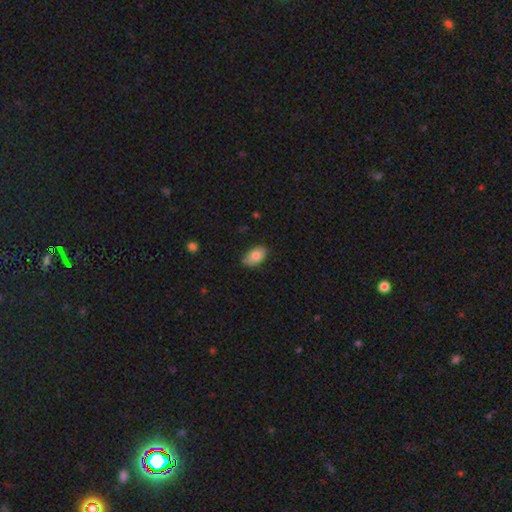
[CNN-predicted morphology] A smooth galaxy with no disk features (80%) that is in between round and cigar-shaped (91%).

Vote fractions:
- Smooth or featured? smooth: 80% / featured or disk: 13% / star or artifact: 7%
- How rounded? in between: 91% / round: 8% / cigar-shaped: 1%
- Merging? none: 79% / minor disturbance: 17% / major disturbance: 3% / merger: 1%